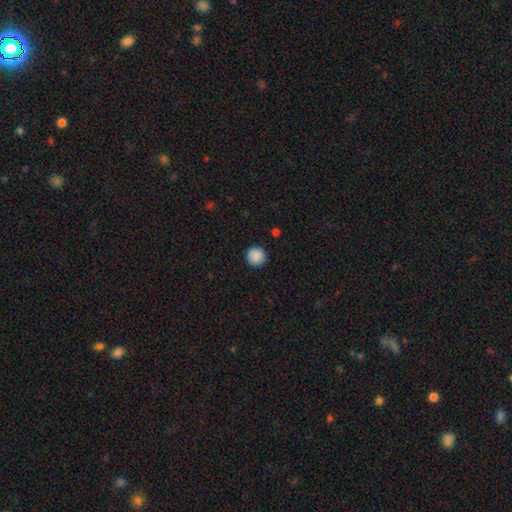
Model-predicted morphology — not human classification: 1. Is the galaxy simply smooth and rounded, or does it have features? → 89% smooth, 9% star or artifact, 3% featured or disk.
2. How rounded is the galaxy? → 95% round, 4% in between, 1% cigar-shaped.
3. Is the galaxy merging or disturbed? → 91% none, 6% minor disturbance, 2% major disturbance, 1% merger.